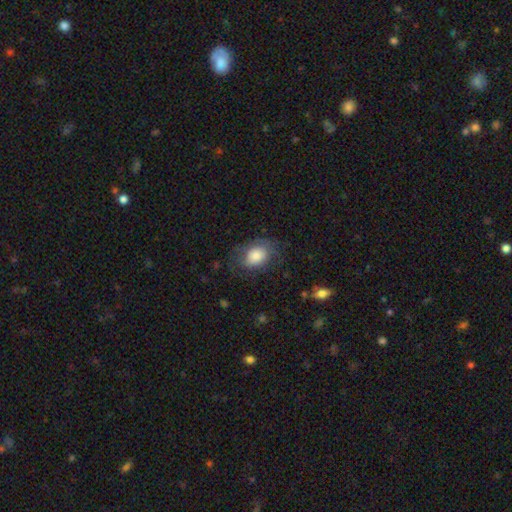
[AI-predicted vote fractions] Smooth or featured? smooth (72%)
How rounded? in between (72%)
Merging? none (62%)